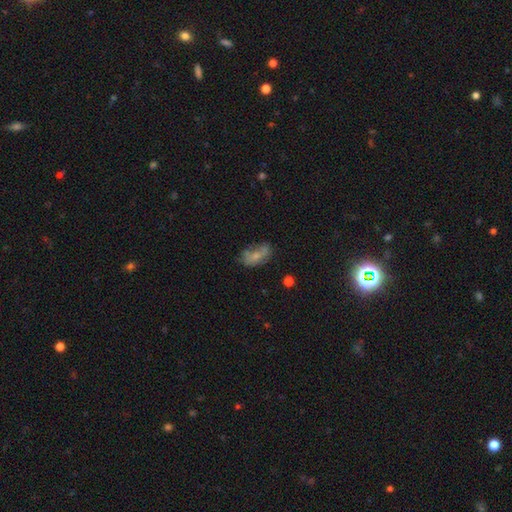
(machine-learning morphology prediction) type=smooth (54%); roundness=in between (87%); merging=none (47%).